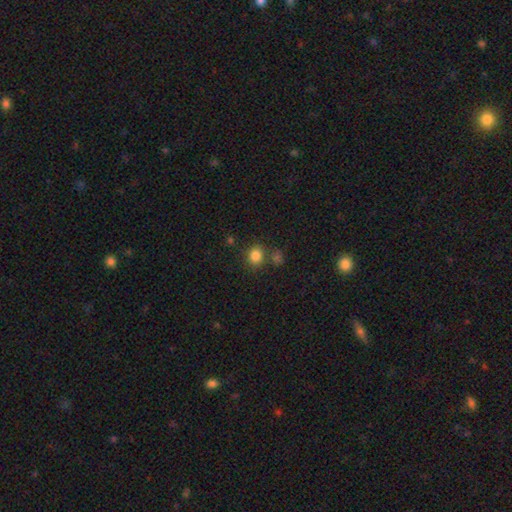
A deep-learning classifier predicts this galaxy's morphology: type=smooth (83%); roundness=round (75%); merging=none (72%).